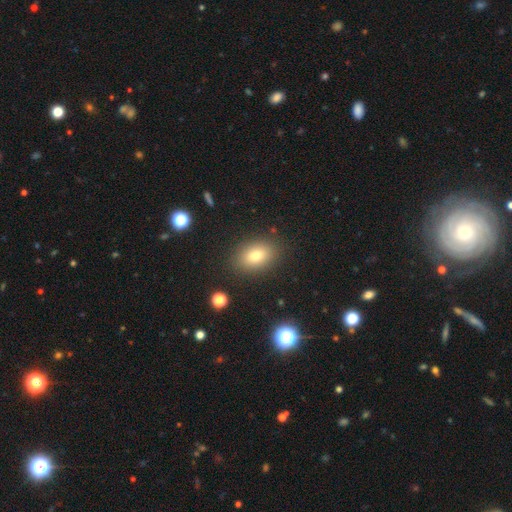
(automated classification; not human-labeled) A smooth galaxy with no disk features (77%) that is in between round and cigar-shaped (81%).

Vote fractions:
- Smooth or featured? smooth: 77% / star or artifact: 13% / featured or disk: 11%
- How rounded? in between: 81% / round: 18% / cigar-shaped: 2%
- Merging? none: 87% / minor disturbance: 8% / major disturbance: 3% / merger: 2%